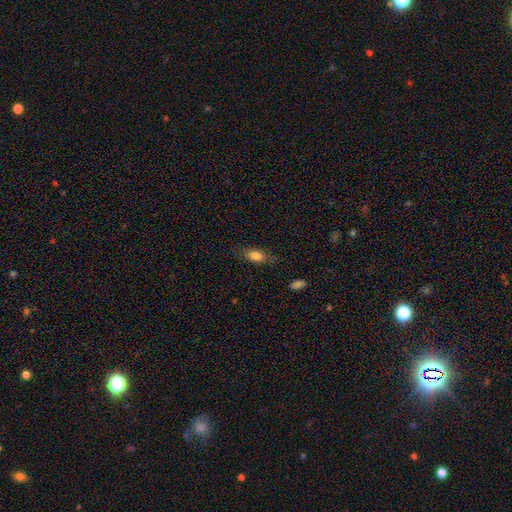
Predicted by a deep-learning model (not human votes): smooth-or-featured: smooth: 80% | featured or disk: 12% | star or artifact: 8%
  how-rounded: in between: 79% | cigar-shaped: 17% | round: 5%
  merging: none: 75% | minor disturbance: 18% | major disturbance: 6% | merger: 2%